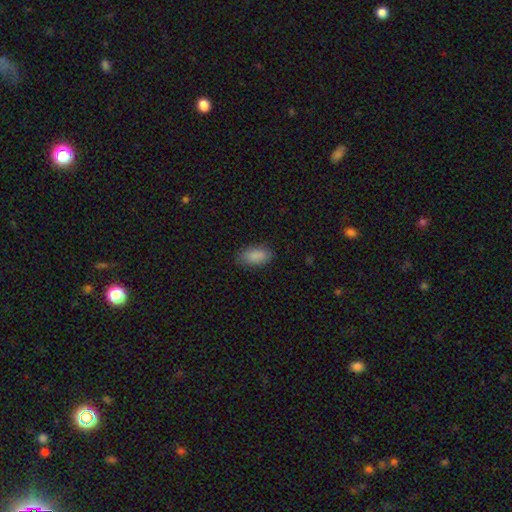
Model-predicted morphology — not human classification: type=smooth (88%); roundness=in between (92%); merging=none (80%).